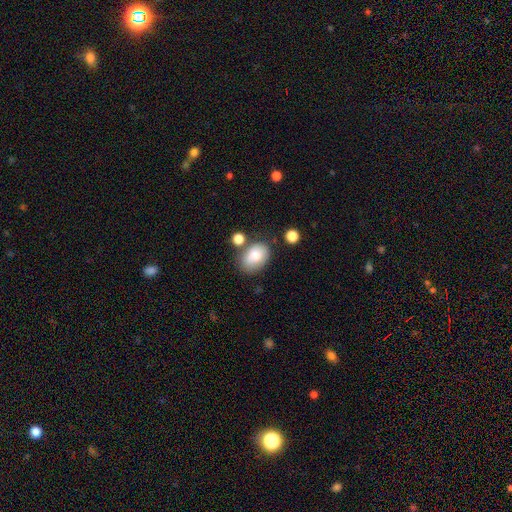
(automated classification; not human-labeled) A smooth galaxy with no disk features (80%) that is in between round and cigar-shaped (78%). Merging: none (63%).